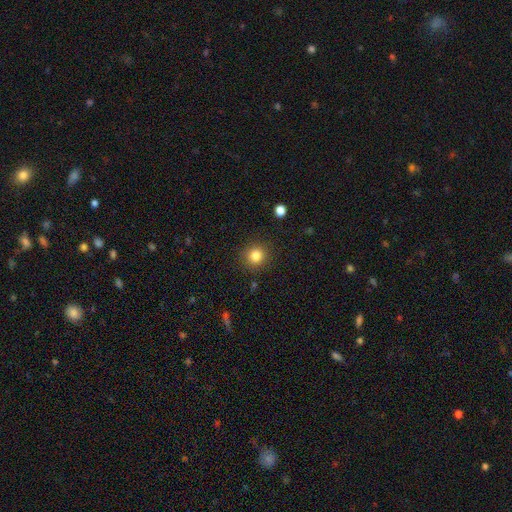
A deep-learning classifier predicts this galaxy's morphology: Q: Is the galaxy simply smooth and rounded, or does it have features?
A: smooth — 83%.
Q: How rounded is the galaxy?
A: round — 91%.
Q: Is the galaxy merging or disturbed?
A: none — 89%.